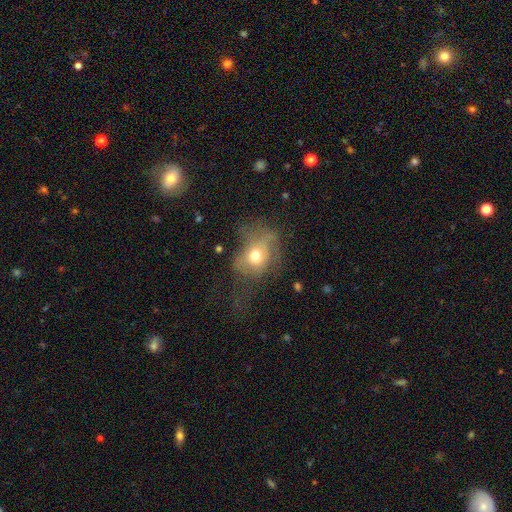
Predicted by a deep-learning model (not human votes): Overall: smooth (60%; featured or disk 28%). How rounded: in between (54%; round 44%). Merging: major disturbance (41%; none 31%).